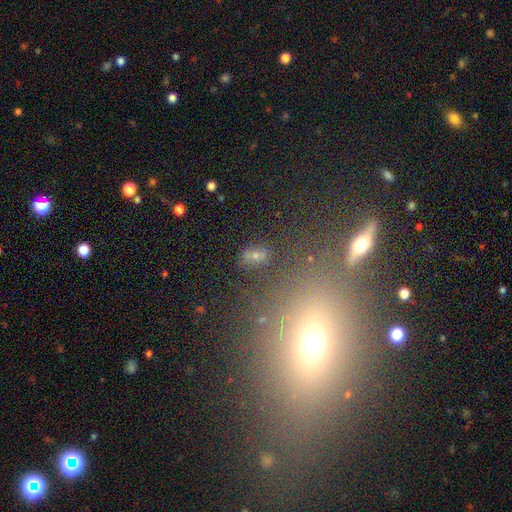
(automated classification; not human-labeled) The model was most divided on "smooth or featured": smooth: 49%, star or artifact: 29%, featured or disk: 22%. More confident: merging — none (71%).